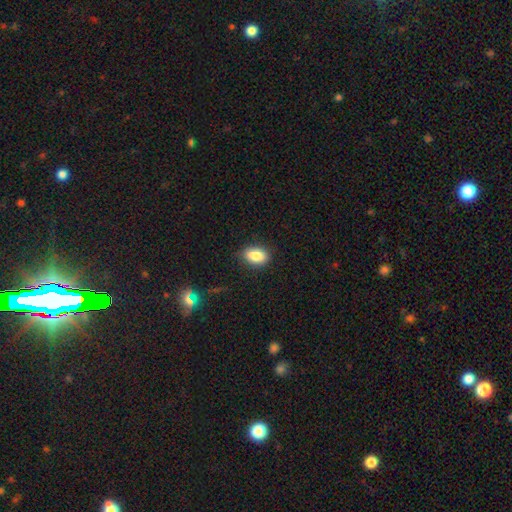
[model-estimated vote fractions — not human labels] Smooth or featured?
  - smooth: 84% *
  - star or artifact: 9%
  - featured or disk: 7%
How rounded?
  - in between: 85% *
  - round: 13%
  - cigar-shaped: 2%
Merging?
  - none: 85% *
  - minor disturbance: 12%
  - major disturbance: 3%
  - merger: 1%